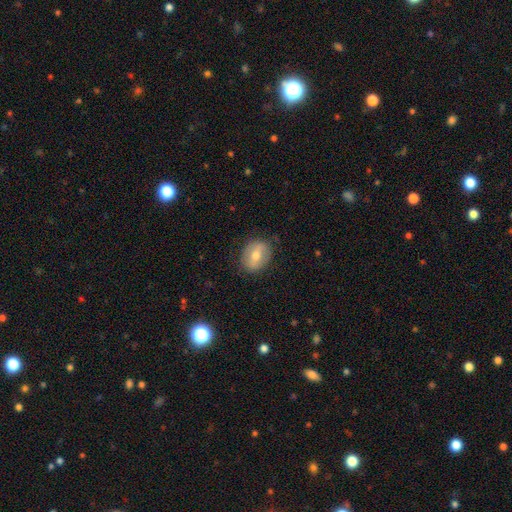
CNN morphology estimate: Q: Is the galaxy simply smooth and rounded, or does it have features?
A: smooth — 61%.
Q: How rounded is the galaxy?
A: in between — 61%.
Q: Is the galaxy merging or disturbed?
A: none — 82%.